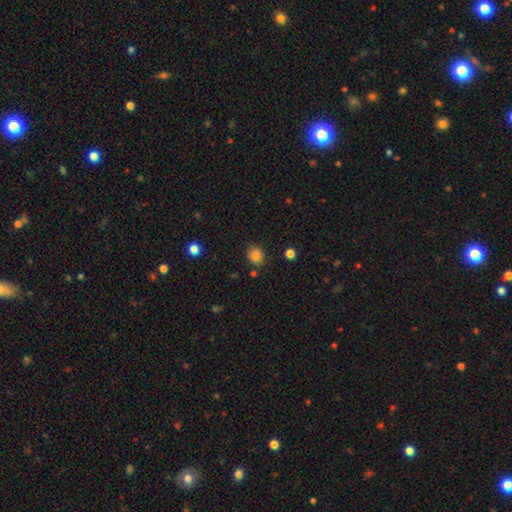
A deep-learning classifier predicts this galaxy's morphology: Smooth or featured? smooth (84%)
How rounded? round (71%)
Merging? none (82%)